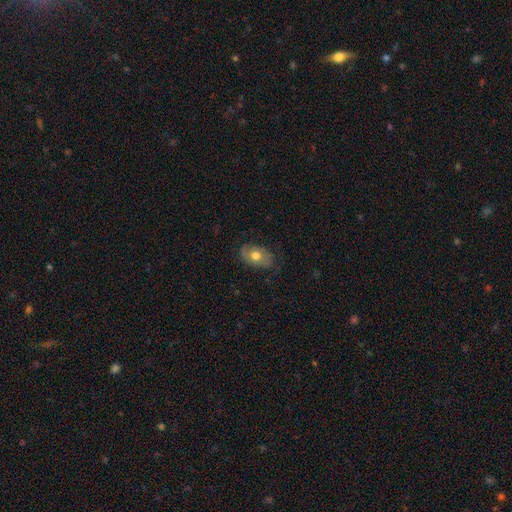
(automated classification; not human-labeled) smooth 62%, featured or disk 30%, star or artifact 8%. Down the decision tree: how rounded — in between (85%); merging — none (67%).